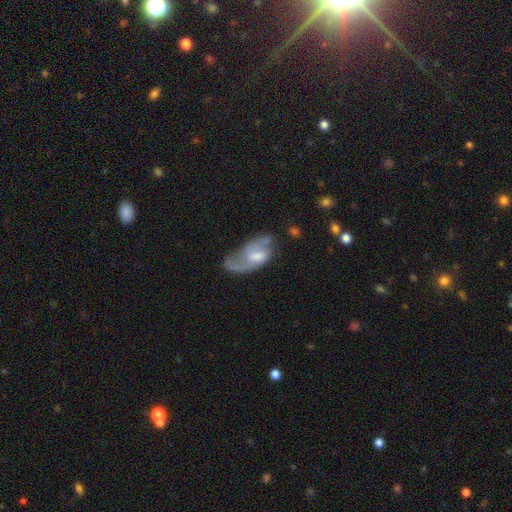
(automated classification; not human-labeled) A featured or disk galaxy (67%) with a weak bar (47%), 2 (62%) medium (42%) spiral arms (82%) and a moderate central bulge (45%). Merging: none (43%).